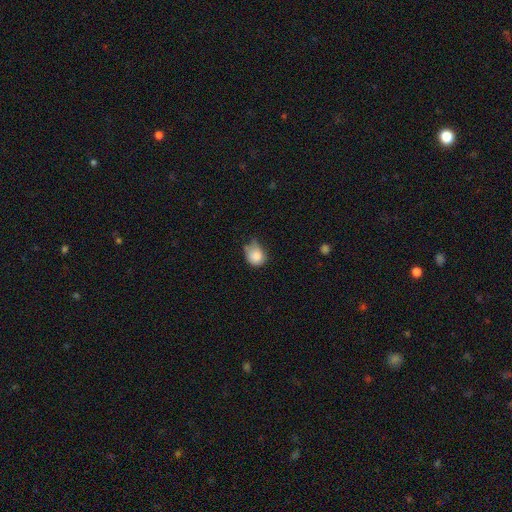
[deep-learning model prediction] Smooth or featured? smooth (83%)
How rounded? round (61%)
Merging? minor disturbance (47%)